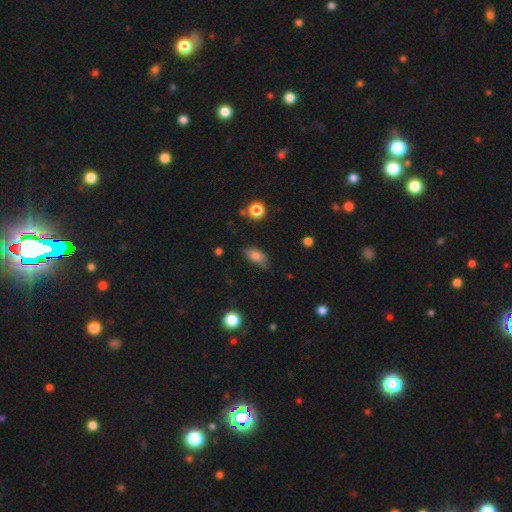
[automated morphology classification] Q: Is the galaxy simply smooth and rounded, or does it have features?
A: smooth — 80%.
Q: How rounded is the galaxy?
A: in between — 87%.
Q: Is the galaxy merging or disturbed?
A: none — 64%.